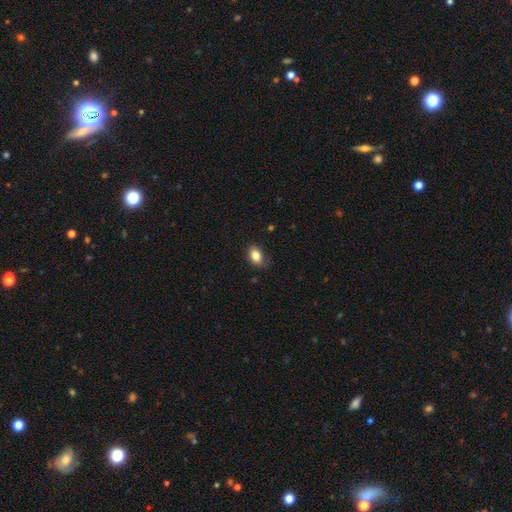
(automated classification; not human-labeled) A smooth galaxy with no disk features (84%) that is in between round and cigar-shaped (84%). Merging: none (77%).